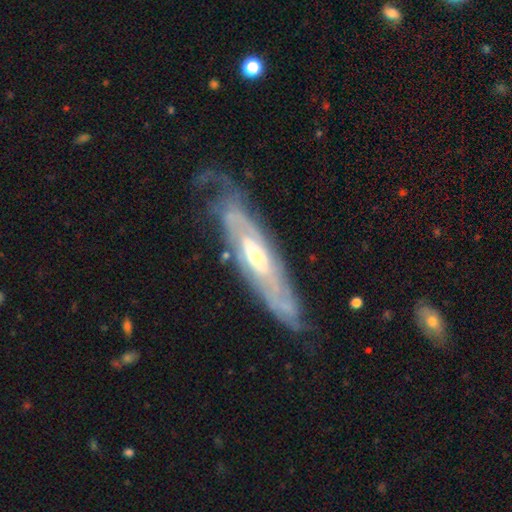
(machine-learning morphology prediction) Smooth or featured?
  - featured or disk: 85% *
  - smooth: 10%
  - star or artifact: 5%
Edge-on disk?
  - no: 70% *
  - yes: 30%
Bar?
  - no: 54% *
  - weak: 33%
  - strong: 13%
Spiral arms?
  - yes: 91% *
  - no: 9%
Spiral winding?
  - tight: 68% *
  - medium: 25%
  - loose: 7%
Spiral arm count?
  - can't tell: 58% *
  - 2: 19%
  - 3: 9%
  - 4: 6%
  - more than 4: 4%
  - 1: 4%
Bulge size?
  - moderate: 52% *
  - small: 41%
  - large: 4%
  - none: 1%
  - dominant: 1%
Merging?
  - none: 66% *
  - minor disturbance: 22%
  - major disturbance: 10%
  - merger: 2%